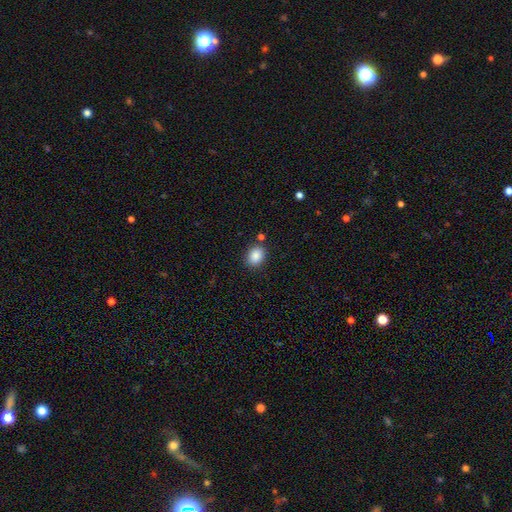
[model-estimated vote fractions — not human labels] Q: Smooth or featured?
A: smooth (87%); runner-up: star or artifact (9%)
Q: How rounded?
A: in between (58%); runner-up: round (41%)
Q: Merging?
A: none (83%); runner-up: minor disturbance (10%)